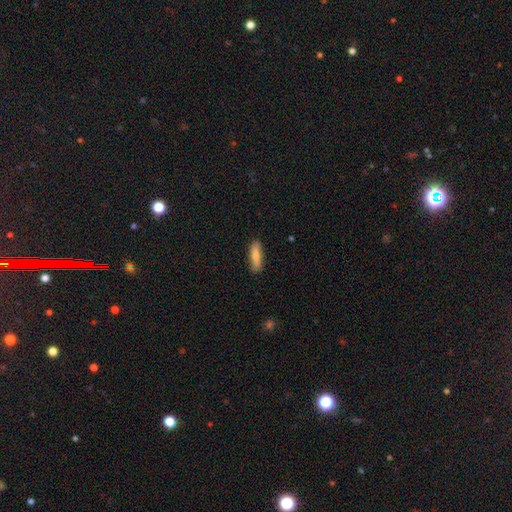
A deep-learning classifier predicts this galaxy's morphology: Q: Smooth or featured?
A: smooth (75%); runner-up: featured or disk (19%)
Q: How rounded?
A: cigar-shaped (61%); runner-up: in between (37%)
Q: Merging?
A: none (84%); runner-up: minor disturbance (12%)